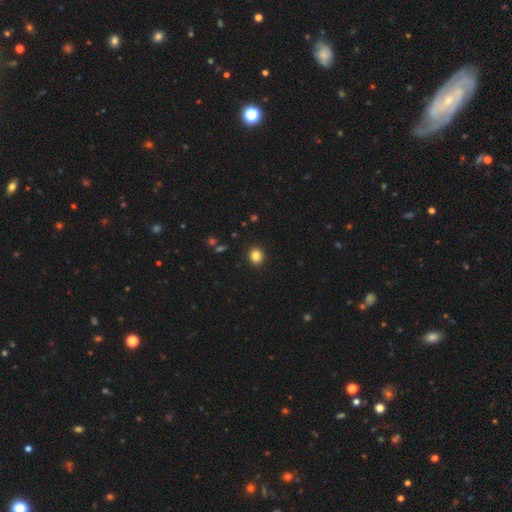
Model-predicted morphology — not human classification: smooth 84%, star or artifact 11%, featured or disk 5%. Down the decision tree: how rounded — round (79%); merging — none (92%).